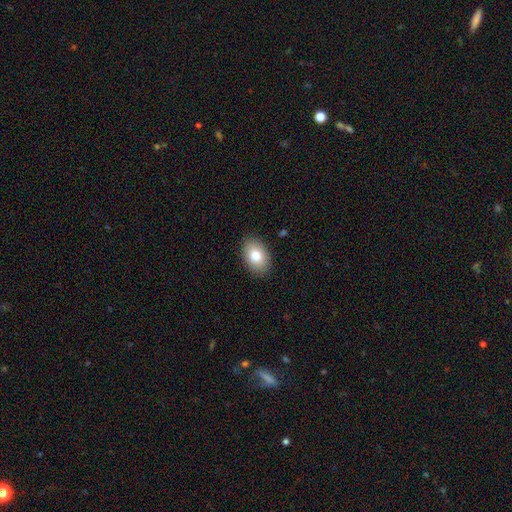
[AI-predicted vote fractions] Overall: smooth (79%). How rounded: in between (83%). Merging: none (89%).